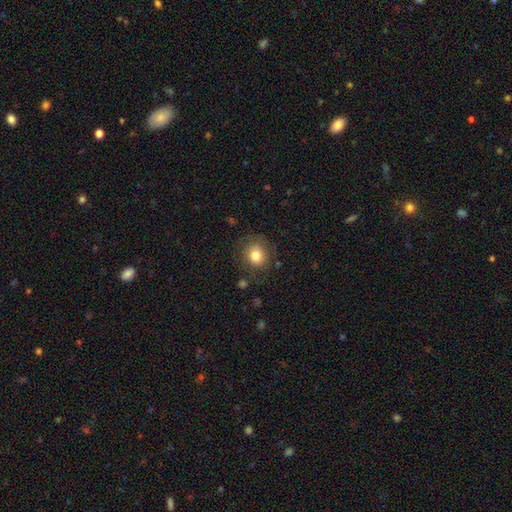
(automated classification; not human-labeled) smooth_or_featured: smooth (p=0.79) [alt: featured or disk p=0.11]
how_rounded: round (p=0.79) [alt: in between p=0.20]
merging: none (p=0.78) [alt: minor disturbance p=0.14]